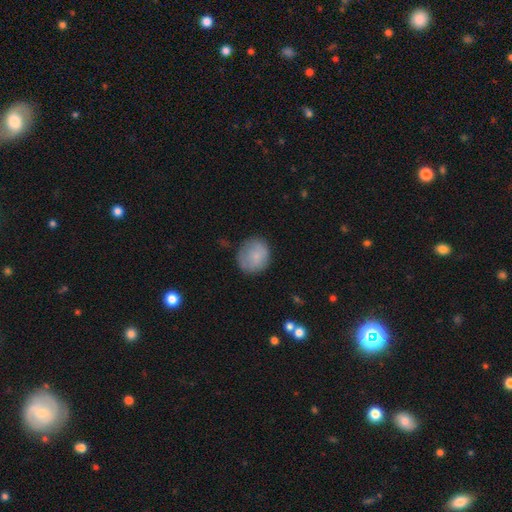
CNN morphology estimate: Smooth or featured? smooth (80%)
How rounded? round (80%)
Merging? none (74%)